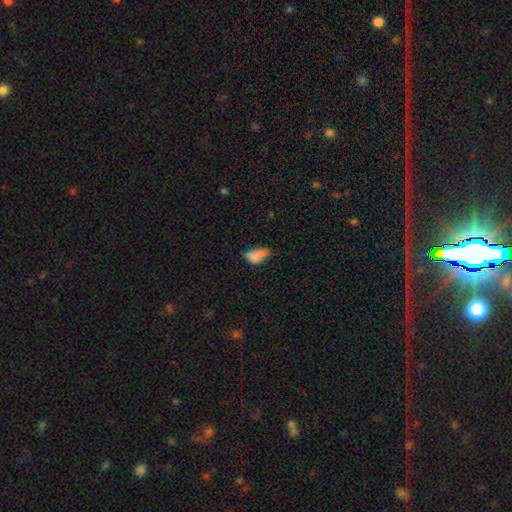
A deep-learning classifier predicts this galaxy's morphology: type=smooth (81%); roundness=in between (92%); merging=minor disturbance (42%).